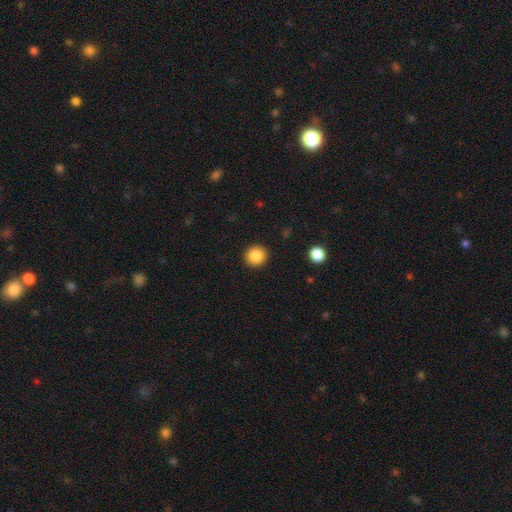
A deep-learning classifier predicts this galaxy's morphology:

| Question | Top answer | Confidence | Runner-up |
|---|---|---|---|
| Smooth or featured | smooth | 86% | star or artifact (9%) |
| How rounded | round | 92% | in between (7%) |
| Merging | none | 92% | minor disturbance (5%) |